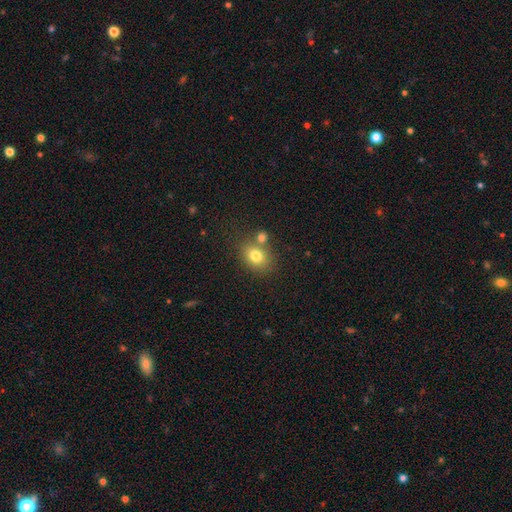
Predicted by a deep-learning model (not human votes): This is likely a smooth galaxy (78%). How rounded: possibly in between (55%). Merging: likely none (63%).